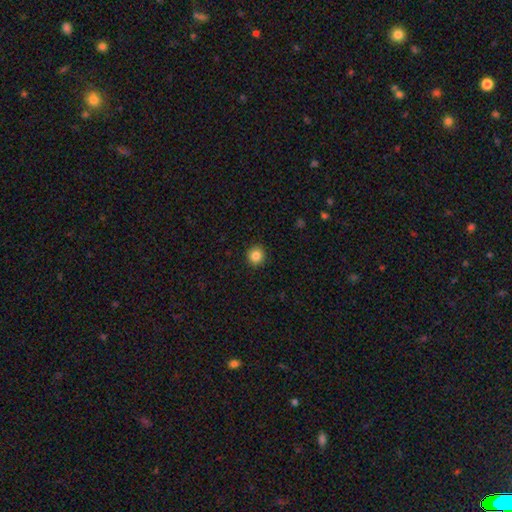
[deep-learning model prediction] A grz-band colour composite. It shows a smooth galaxy with no disk features (85%) that is round (92%). Merging: none (92%).